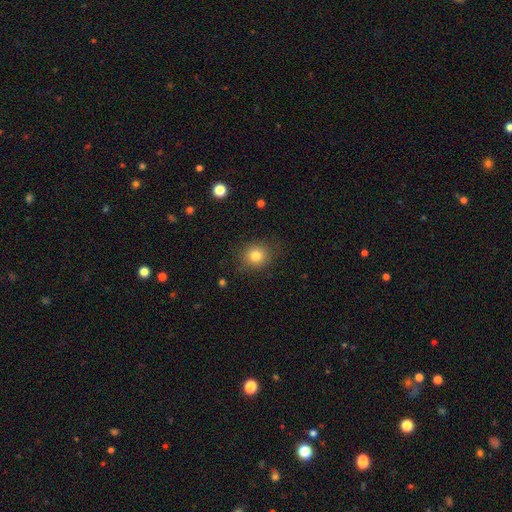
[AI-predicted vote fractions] Smooth or featured? smooth (81%)
How rounded? round (81%)
Merging? none (85%)